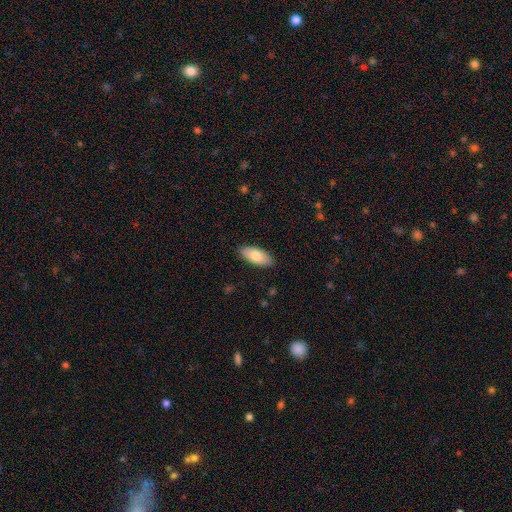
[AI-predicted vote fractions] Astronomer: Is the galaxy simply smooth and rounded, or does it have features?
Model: smooth — 79%.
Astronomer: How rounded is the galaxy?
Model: in between — 89%.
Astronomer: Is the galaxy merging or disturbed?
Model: none — 88%.